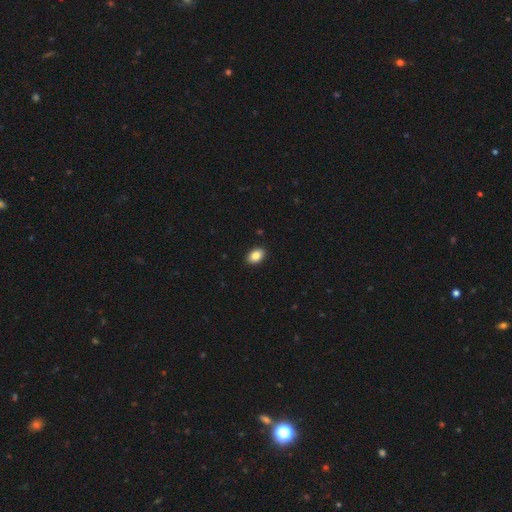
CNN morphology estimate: smooth_or_featured: smooth (p=0.86) [alt: star or artifact p=0.08]
how_rounded: in between (p=0.84) [alt: round p=0.15]
merging: none (p=0.91) [alt: minor disturbance p=0.07]